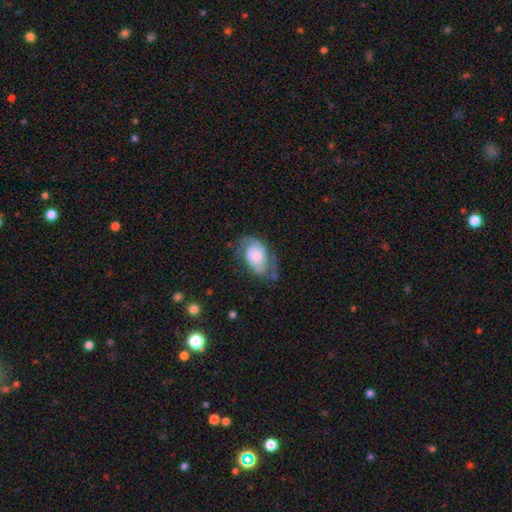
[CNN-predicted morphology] Smooth or featured? featured or disk (62%)
Edge-on disk? no (96%)
Bar? no (72%)
Spiral arms? yes (82%)
Bulge size? moderate (32%)
Merging? none (47%)